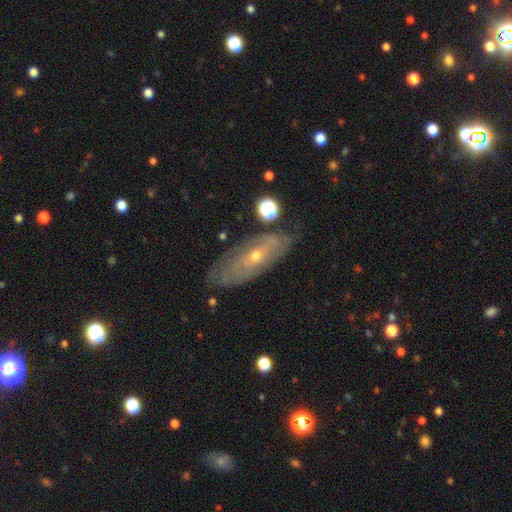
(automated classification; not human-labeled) Smooth or featured?
  - featured or disk: 72% *
  - smooth: 21%
  - star or artifact: 7%
Edge-on disk?
  - no: 82% *
  - yes: 18%
Bar?
  - no: 73% *
  - weak: 21%
  - strong: 6%
Spiral arms?
  - yes: 74% *
  - no: 26%
Bulge size?
  - small: 61% *
  - moderate: 36%
  - large: 1%
  - none: 1%
  - dominant: 1%
Merging?
  - none: 69% *
  - minor disturbance: 21%
  - major disturbance: 7%
  - merger: 3%